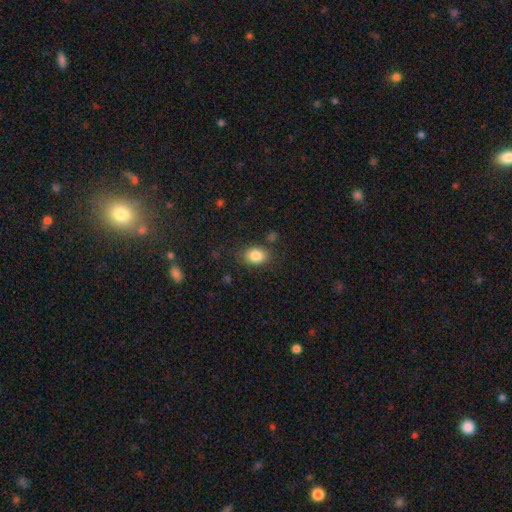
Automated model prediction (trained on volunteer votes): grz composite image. It shows a smooth galaxy with no disk features (84%) that is in between round and cigar-shaped (69%). Merging: none (81%).